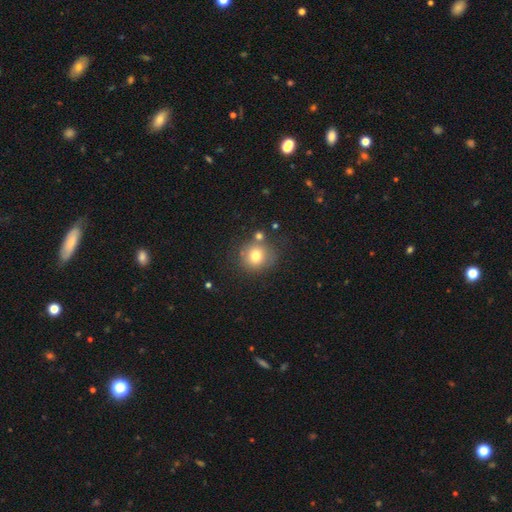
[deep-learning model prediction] Q: Smooth or featured?
A: smooth (75%); runner-up: featured or disk (13%)
Q: How rounded?
A: round (87%); runner-up: in between (12%)
Q: Merging?
A: none (72%); runner-up: minor disturbance (13%)